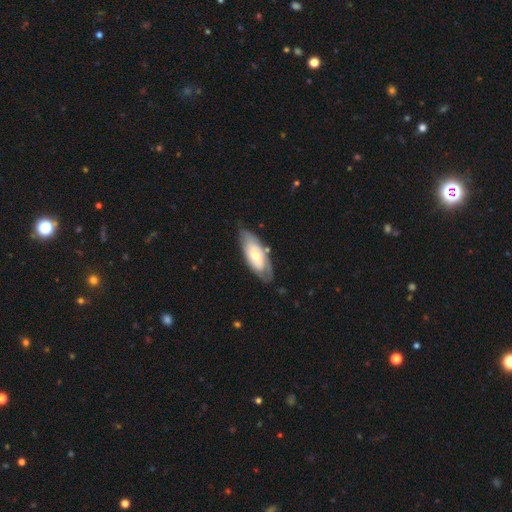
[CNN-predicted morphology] Smooth or featured? featured or disk (57%)
Edge-on disk? no (84%)
Merging? none (68%)